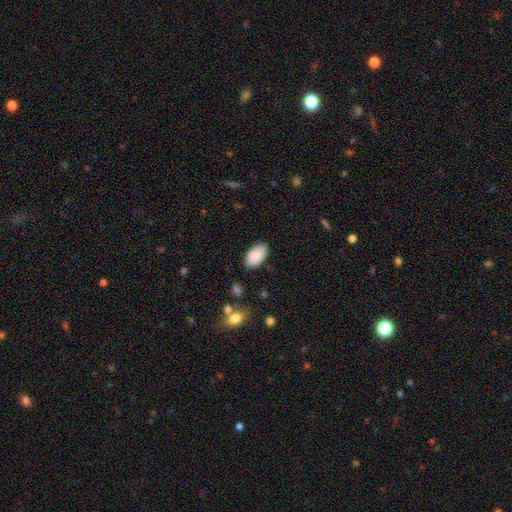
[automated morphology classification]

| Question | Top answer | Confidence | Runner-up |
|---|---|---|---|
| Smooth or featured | smooth | 89% | star or artifact (6%) |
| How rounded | in between | 95% | round (3%) |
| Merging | none | 85% | minor disturbance (12%) |